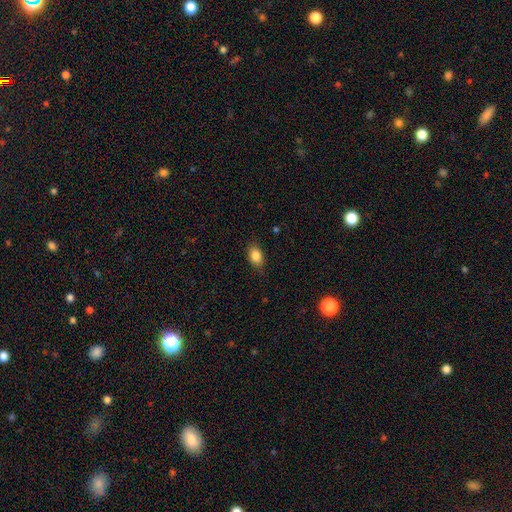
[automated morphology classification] smooth-or-featured: smooth: 86% | star or artifact: 9% | featured or disk: 5%
  how-rounded: in between: 83% | round: 15% | cigar-shaped: 2%
  merging: none: 82% | minor disturbance: 14% | major disturbance: 3% | merger: 1%